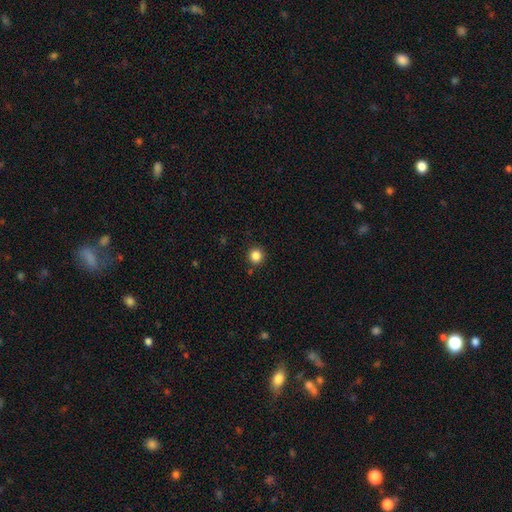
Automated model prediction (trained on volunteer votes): smooth_or_featured: smooth (p=0.85) [alt: star or artifact p=0.11]
how_rounded: round (p=0.93) [alt: in between p=0.06]
merging: none (p=0.88) [alt: minor disturbance p=0.07]